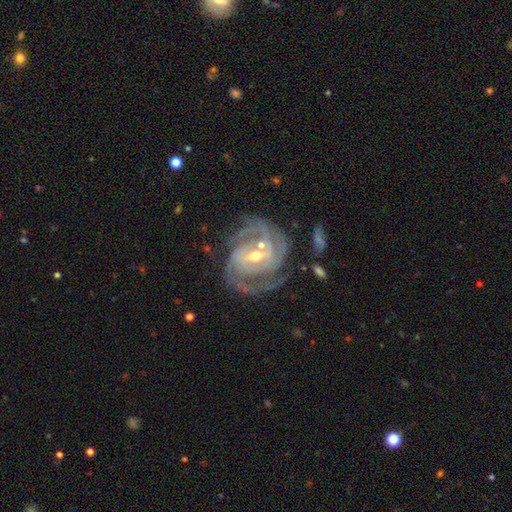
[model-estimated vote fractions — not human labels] featured or disk 92%, star or artifact 5%, smooth 3%. Down the decision tree: edge-on disk — no (97%); bar — weak (46%); spiral arms — yes (98%); spiral arm count — 3 (37%); spiral winding — tight (66%); bulge size — moderate (54%); merging — none (67%).